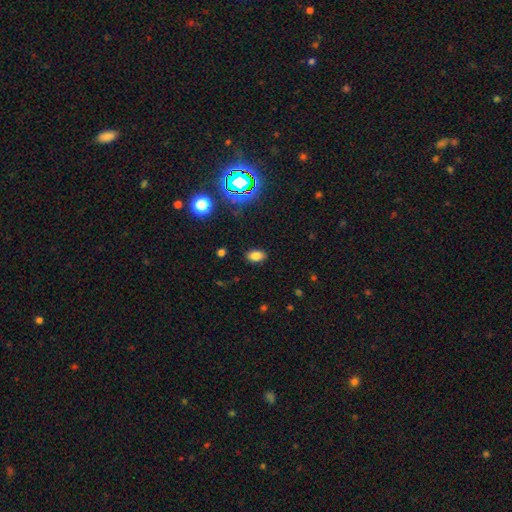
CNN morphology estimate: Smooth or featured: smooth — 77% (star or artifact — 17%)
How rounded: in between — 88% (round — 10%)
Merging: none — 87% (minor disturbance — 9%)